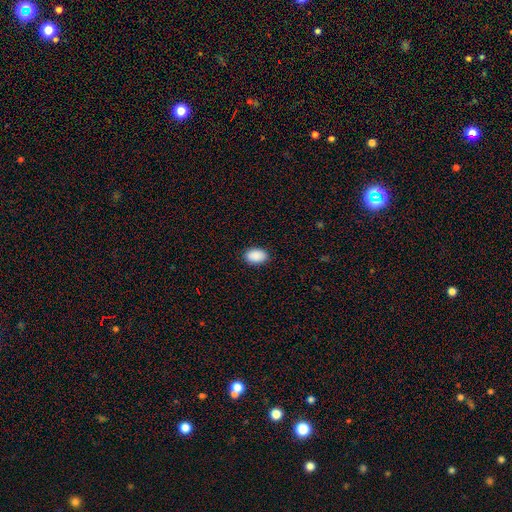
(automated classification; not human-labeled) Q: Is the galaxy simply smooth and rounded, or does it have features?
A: smooth — 91%.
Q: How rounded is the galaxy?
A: in between — 90%.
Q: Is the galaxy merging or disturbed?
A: none — 88%.